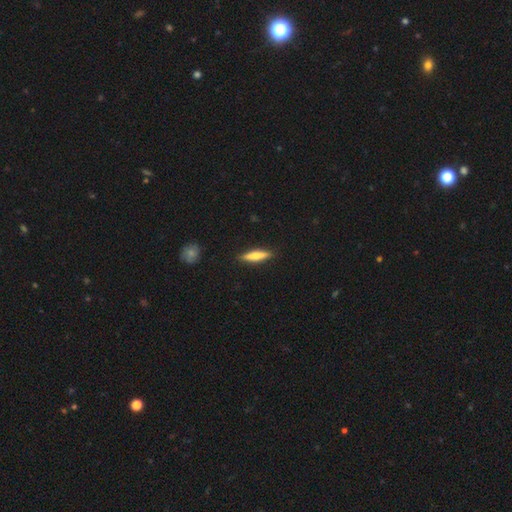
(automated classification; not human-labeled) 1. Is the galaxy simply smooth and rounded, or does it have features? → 62% smooth, 32% featured or disk, 6% star or artifact.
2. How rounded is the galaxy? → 81% cigar-shaped, 17% in between, 2% round.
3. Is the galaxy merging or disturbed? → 90% none, 7% minor disturbance, 2% major disturbance, 1% merger.